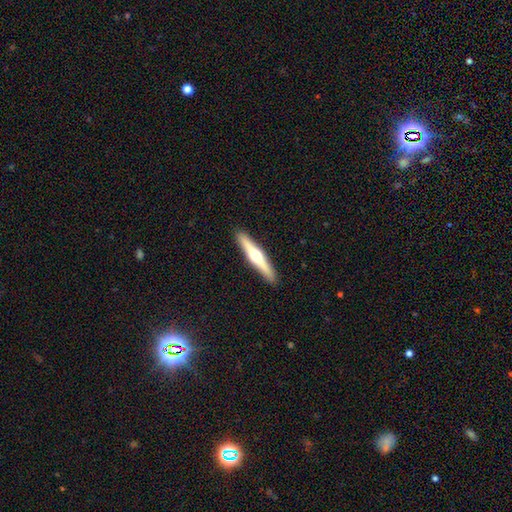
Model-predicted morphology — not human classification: Smooth or featured?
  - featured or disk: 65% *
  - smooth: 30%
  - star or artifact: 5%
Edge-on disk?
  - yes: 98% *
  - no: 2%
Edge-on bulge?
  - rounded: 94% *
  - none: 3%
  - boxy: 3%
Merging?
  - none: 92% *
  - minor disturbance: 6%
  - major disturbance: 1%
  - merger: 1%